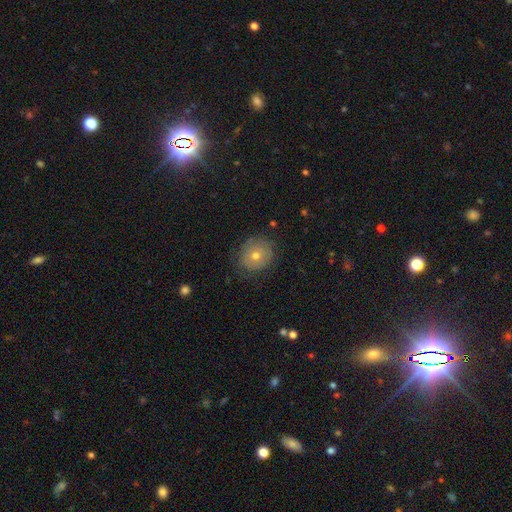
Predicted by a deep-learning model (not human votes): A smooth galaxy with no disk features (53%) that is round (77%).

Vote fractions:
- Smooth or featured? smooth: 53% / featured or disk: 35% / star or artifact: 13%
- How rounded? round: 77% / in between: 22% / cigar-shaped: 1%
- Merging? none: 77% / minor disturbance: 16% / major disturbance: 5% / merger: 1%